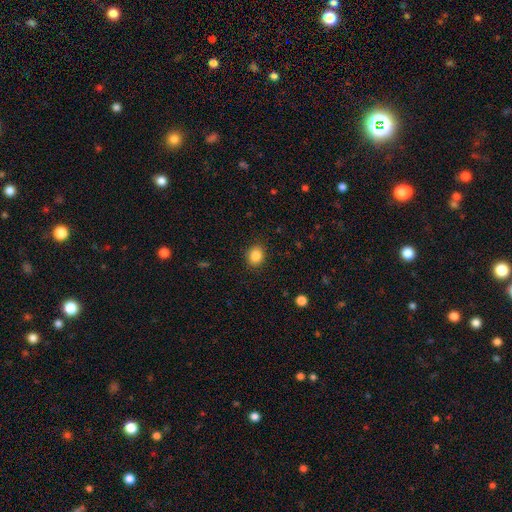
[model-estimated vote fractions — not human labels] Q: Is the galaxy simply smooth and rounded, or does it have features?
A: smooth — 85%.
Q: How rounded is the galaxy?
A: round — 61%.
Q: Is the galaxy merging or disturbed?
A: none — 89%.